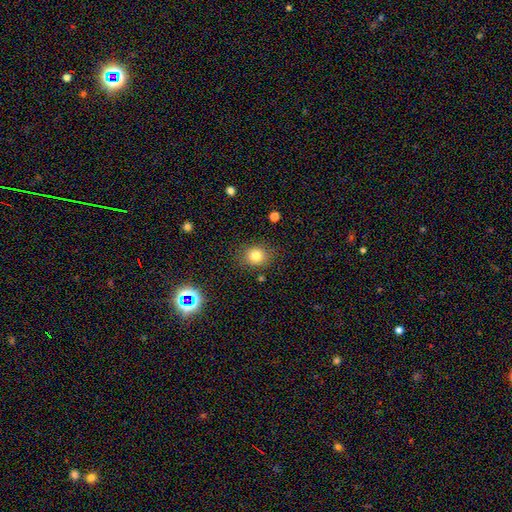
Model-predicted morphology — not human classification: smooth-or-featured: smooth: 79% | star or artifact: 13% | featured or disk: 7%
  how-rounded: round: 73% | in between: 26% | cigar-shaped: 1%
  merging: none: 83% | minor disturbance: 11% | major disturbance: 4% | merger: 2%